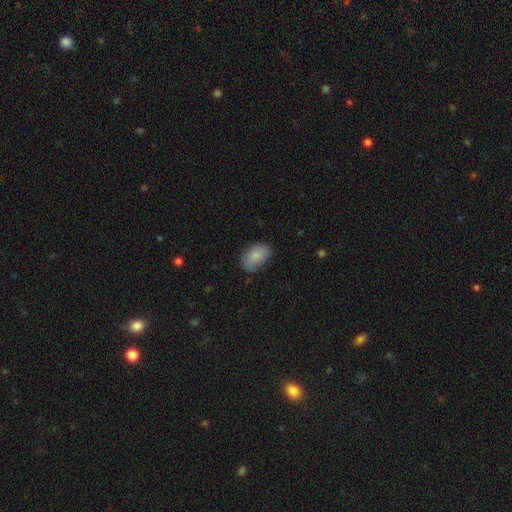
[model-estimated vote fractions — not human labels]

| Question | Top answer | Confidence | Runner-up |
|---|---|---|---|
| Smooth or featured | smooth | 86% | featured or disk (8%) |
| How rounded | in between | 91% | round (8%) |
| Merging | none | 74% | minor disturbance (21%) |